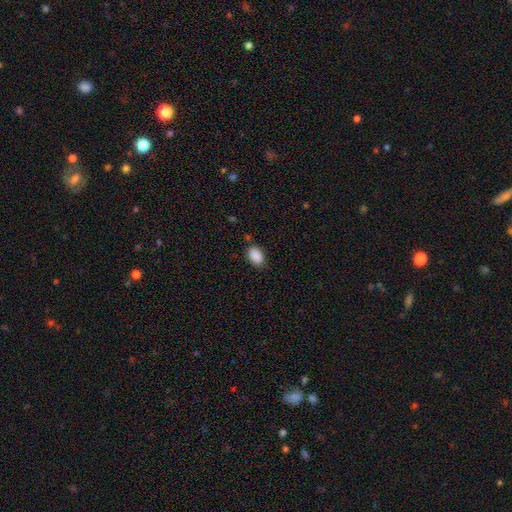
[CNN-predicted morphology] The model was most divided on "merging": none: 80%, minor disturbance: 15%, major disturbance: 3%, merger: 2%. More confident: smooth or featured — smooth (89%); how rounded — in between (86%).